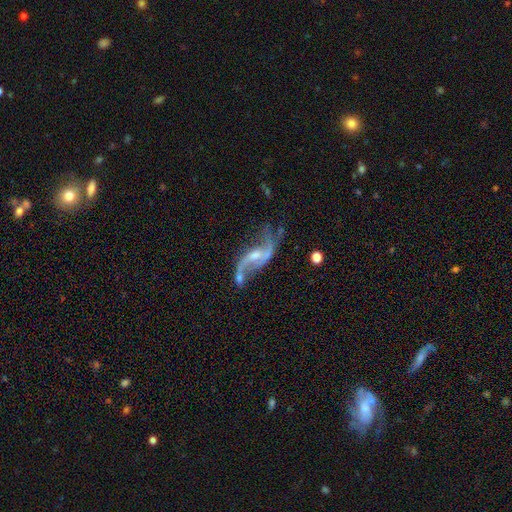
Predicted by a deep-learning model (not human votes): A featured or disk galaxy (88%) with a weak bar (46%), 2 (91%) loose (85%) spiral arms (94%) and a small central bulge (49%).

Vote fractions:
- Smooth or featured? featured or disk: 88% / star or artifact: 7% / smooth: 5%
- Edge-on disk? no: 94% / yes: 6%
- Bar? weak: 46% / no: 36% / strong: 18%
- Spiral arms? yes: 94% / no: 6%
- Spiral winding? loose: 85% / medium: 12% / tight: 3%
- Spiral arm count? 2: 91% / 1: 3% / can't tell: 3% / 3: 1% / 4: 1% / more than 4: 1%
- Bulge size? small: 49% / moderate: 38% / none: 9% / large: 3% / dominant: 1%
- Merging? none: 49% / minor disturbance: 20% / major disturbance: 18% / merger: 13%